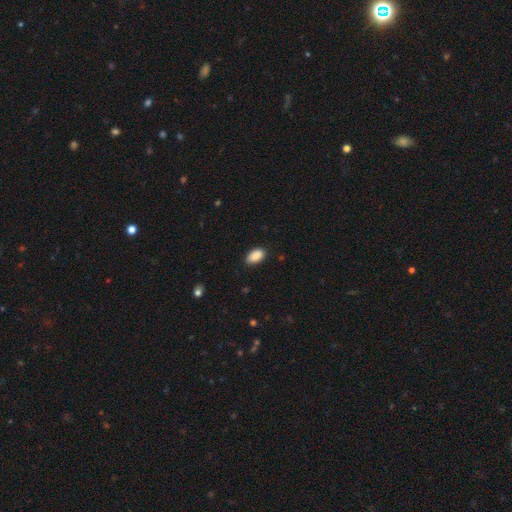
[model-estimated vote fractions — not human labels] Morphology: type=smooth (89%); roundness=in between (94%); merging=none (87%).